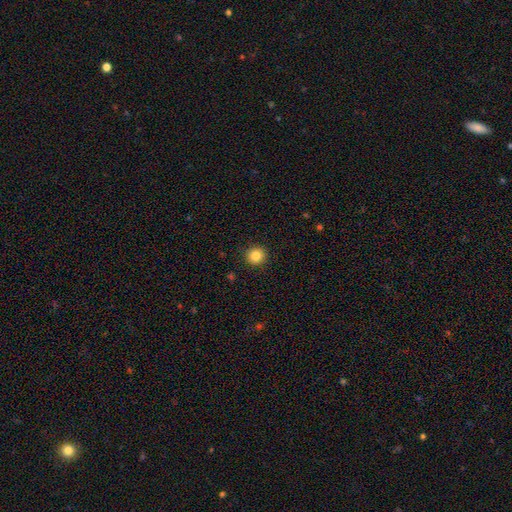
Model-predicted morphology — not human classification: A smooth galaxy with no disk features (85%) that is round (92%). Merging: none (92%).